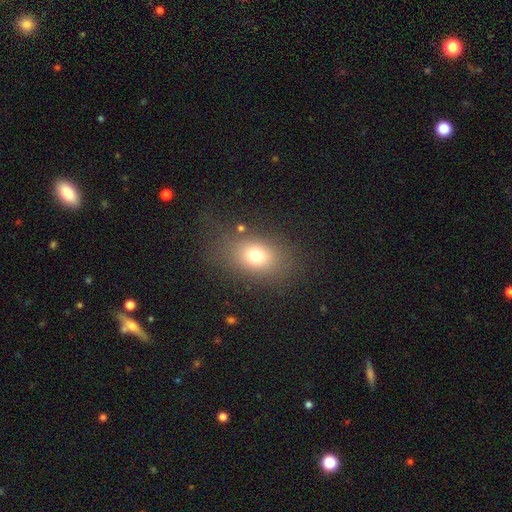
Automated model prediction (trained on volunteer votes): A smooth galaxy with no disk features (73%) that is in between round and cigar-shaped (66%). Merging: none (73%).